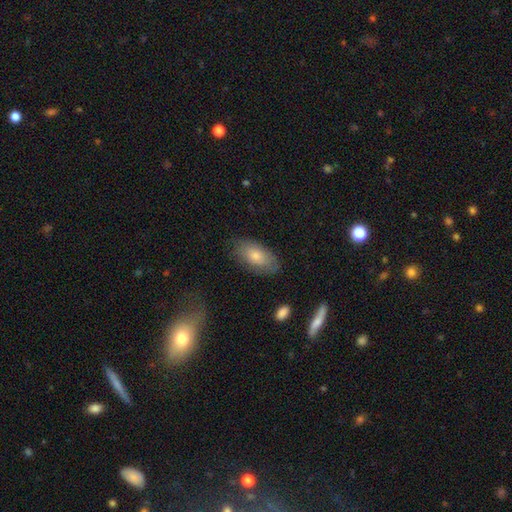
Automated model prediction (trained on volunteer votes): A smooth galaxy with no disk features (70%) that is in between round and cigar-shaped (91%).

Vote fractions:
- Smooth or featured? smooth: 70% / featured or disk: 22% / star or artifact: 8%
- How rounded? in between: 91% / cigar-shaped: 5% / round: 3%
- Merging? none: 77% / minor disturbance: 17% / major disturbance: 5% / merger: 2%